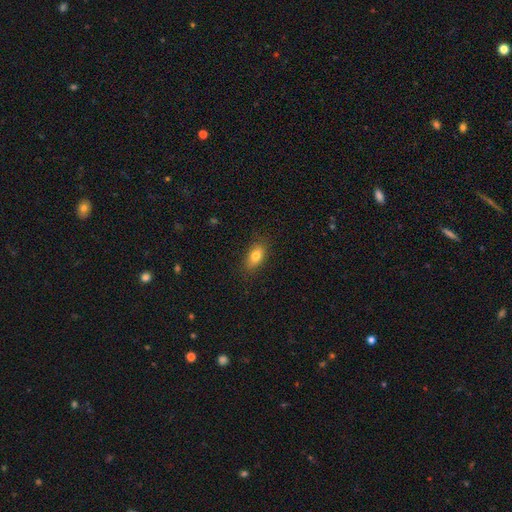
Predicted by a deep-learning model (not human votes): Smooth or featured: smooth — 79% (featured or disk — 12%)
How rounded: in between — 84% (cigar-shaped — 8%)
Merging: none — 84% (minor disturbance — 12%)